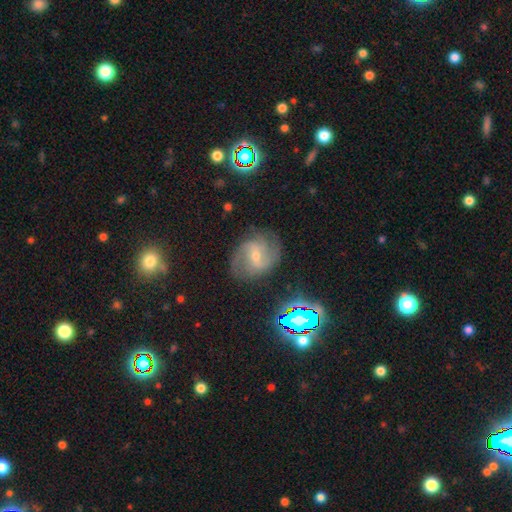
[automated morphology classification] type=featured or disk (79%); edge-on=no (97%); bar=weak (49%); spiral arms=yes (95%); winding=medium (48%); arm count=2 (63%); bulge=small (63%); merging=none (75%).